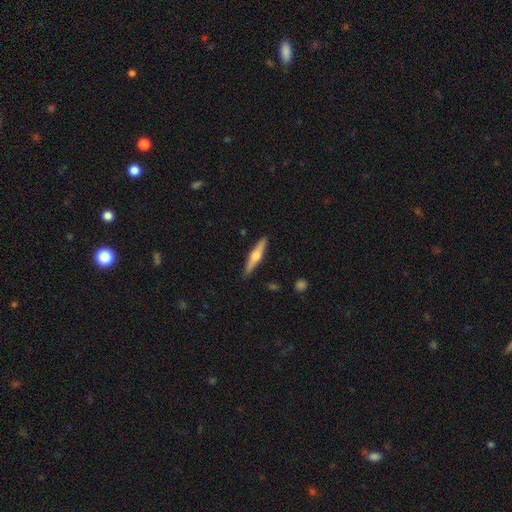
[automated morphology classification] A featured or disk galaxy (56%) viewed edge-on (96%) with a rounded central bulge (93%).

Vote fractions:
- Smooth or featured? featured or disk: 56% / smooth: 38% / star or artifact: 6%
- Edge-on disk? yes: 96% / no: 4%
- Edge-on bulge? rounded: 93% / none: 4% / boxy: 3%
- Merging? none: 90% / minor disturbance: 7% / major disturbance: 2% / merger: 1%